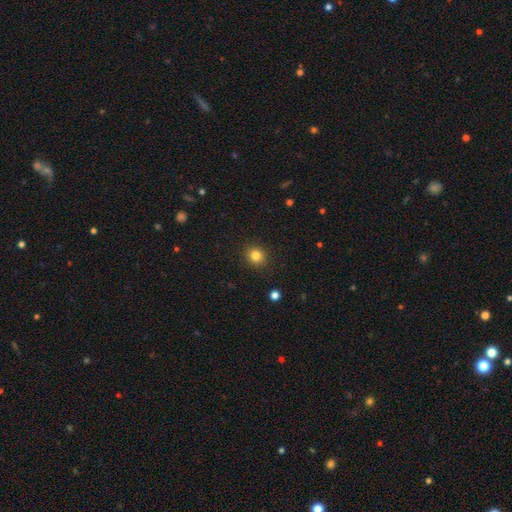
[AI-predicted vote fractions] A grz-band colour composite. It shows a smooth galaxy with no disk features (83%) that is round (87%). Merging: none (90%).